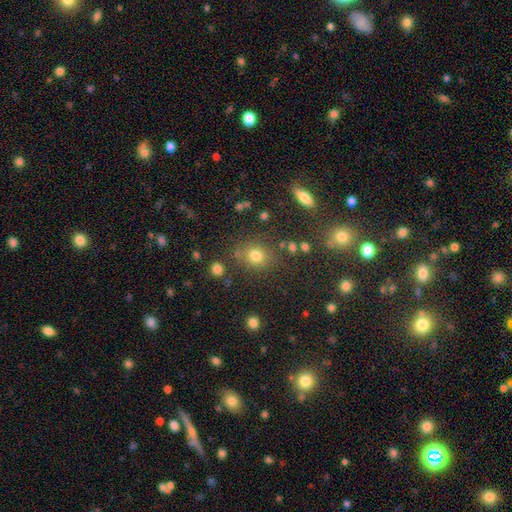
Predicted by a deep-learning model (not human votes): Smooth or featured: smooth — 73% (star or artifact — 18%)
How rounded: round — 74% (in between — 25%)
Merging: none — 76% (minor disturbance — 12%)